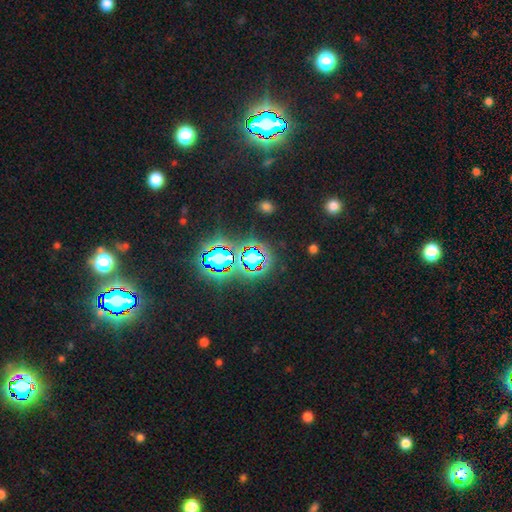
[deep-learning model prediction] Overall: star or artifact (74%).